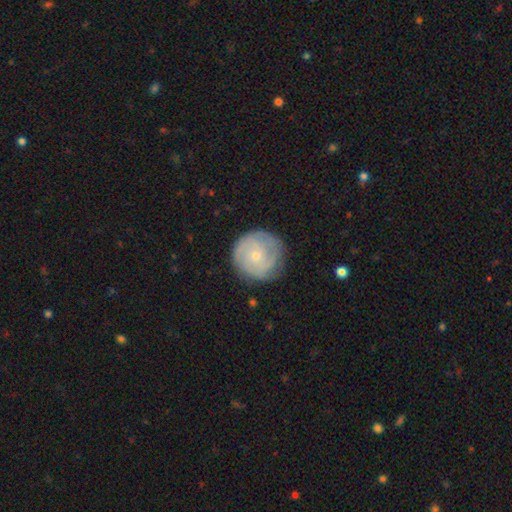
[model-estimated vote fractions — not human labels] This appears to be a featured or disk galaxy (73%) with no bar (79%), tight (70%) spiral arms (93%) and a small central bulge (71%). Merging: none (81%).